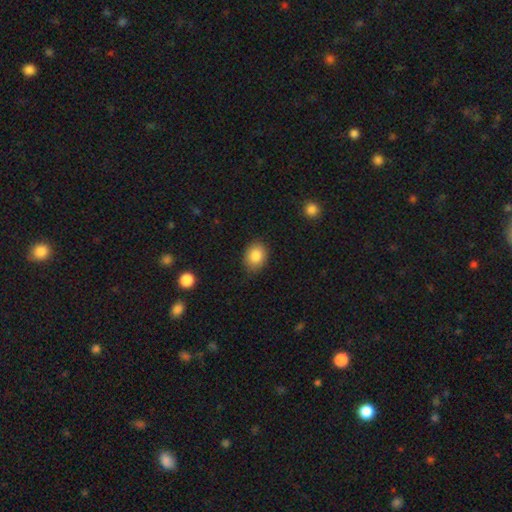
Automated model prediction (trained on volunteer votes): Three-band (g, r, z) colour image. It shows a smooth galaxy with no disk features (85%) that is in between round and cigar-shaped (59%). Merging: none (84%).